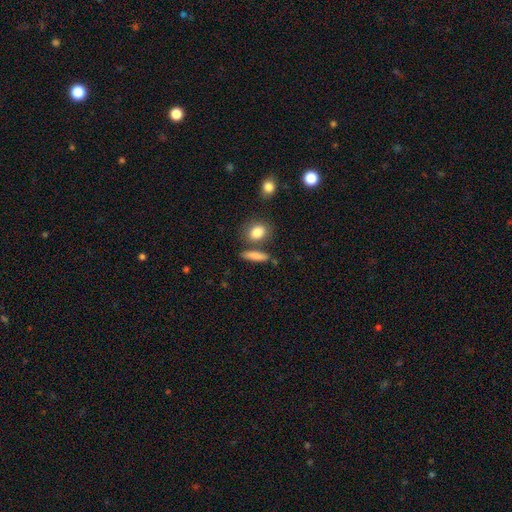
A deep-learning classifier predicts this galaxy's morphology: Smooth or featured? Predicted: smooth (p=0.82). How rounded? Predicted: cigar-shaped (p=0.52). Merging? Predicted: none (p=0.73).